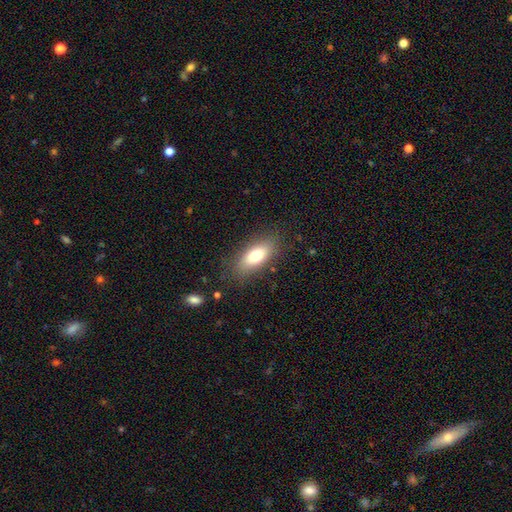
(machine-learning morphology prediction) Smooth or featured?
  - smooth: 77% *
  - featured or disk: 15%
  - star or artifact: 7%
How rounded?
  - in between: 77% *
  - cigar-shaped: 20%
  - round: 3%
Merging?
  - none: 83% *
  - minor disturbance: 12%
  - major disturbance: 4%
  - merger: 1%